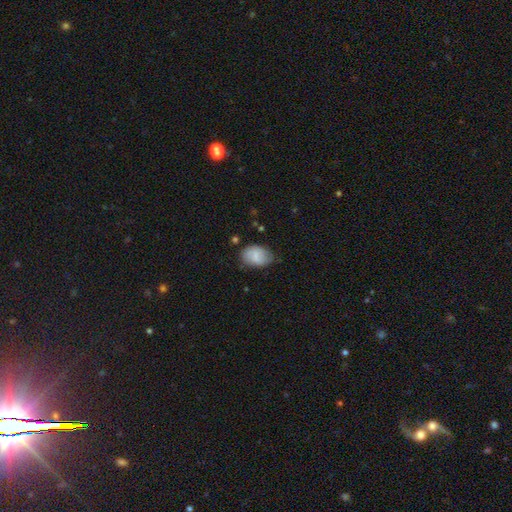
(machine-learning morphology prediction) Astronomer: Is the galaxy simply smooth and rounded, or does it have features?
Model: smooth — 73%.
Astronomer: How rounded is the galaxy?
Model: in between — 76%.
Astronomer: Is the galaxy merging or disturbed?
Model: none — 67%.